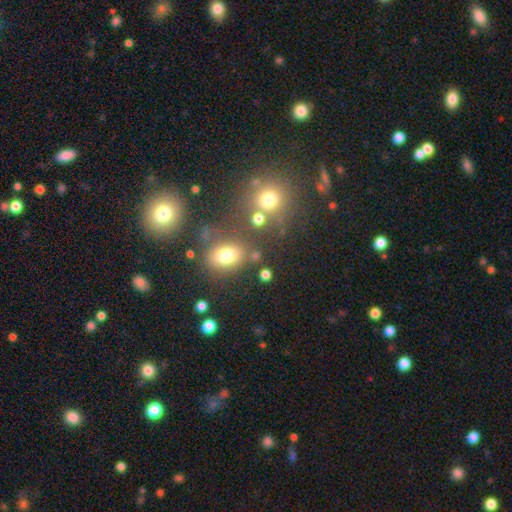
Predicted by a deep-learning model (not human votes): Q: Smooth or featured?
A: smooth (65%); runner-up: star or artifact (25%)
Q: How rounded?
A: in between (53%); runner-up: round (44%)
Q: Merging?
A: none (67%); runner-up: merger (16%)